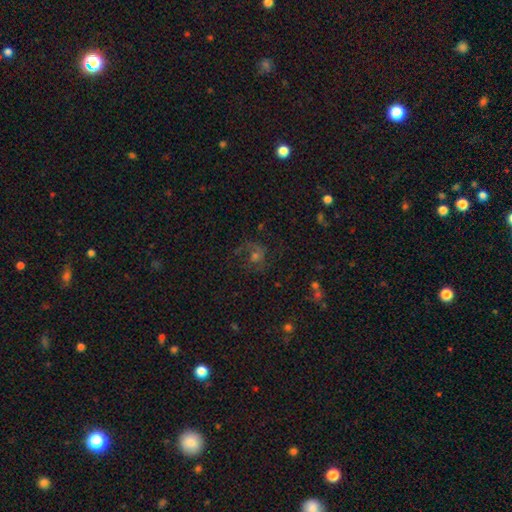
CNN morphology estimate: featured or disk 54%, star or artifact 24%, smooth 23%. Down the decision tree: edge-on disk — no (97%); bar — no (70%); spiral arms — yes (83%); bulge size — moderate (49%); merging — none (59%).